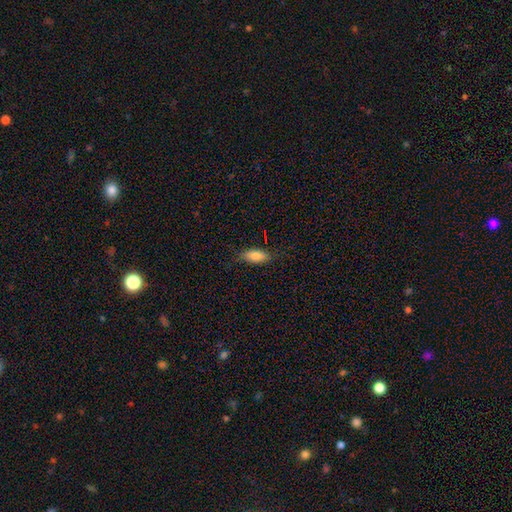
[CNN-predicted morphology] Q: Smooth or featured?
A: smooth (80%); runner-up: featured or disk (12%)
Q: How rounded?
A: in between (82%); runner-up: cigar-shaped (15%)
Q: Merging?
A: none (77%); runner-up: minor disturbance (18%)